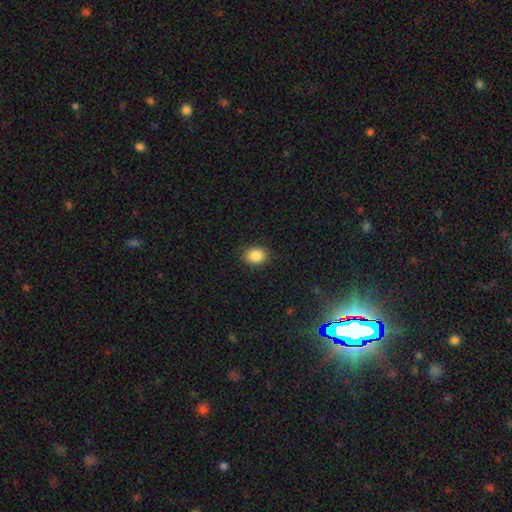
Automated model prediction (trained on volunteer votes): smooth 87%, star or artifact 9%, featured or disk 4%. Down the decision tree: how rounded — in between (62%); merging — none (88%).